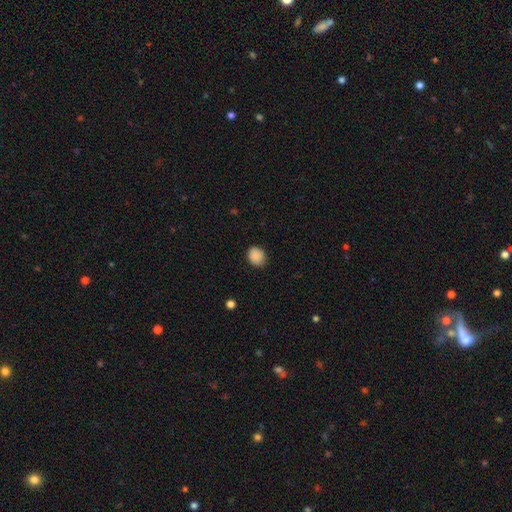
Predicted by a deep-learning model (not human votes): This appears to be a smooth galaxy with no disk features (88%) that is round (70%). Merging: none (82%).